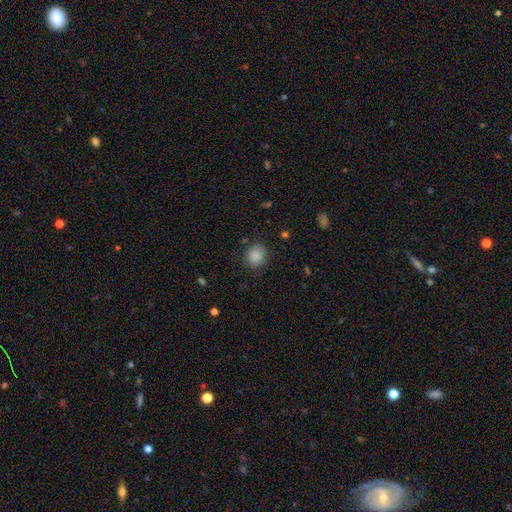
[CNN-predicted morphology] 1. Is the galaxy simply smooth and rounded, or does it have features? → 87% smooth, 10% star or artifact, 4% featured or disk.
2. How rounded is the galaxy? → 72% round, 27% in between, 1% cigar-shaped.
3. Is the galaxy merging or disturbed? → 84% none, 11% minor disturbance, 4% major disturbance, 1% merger.